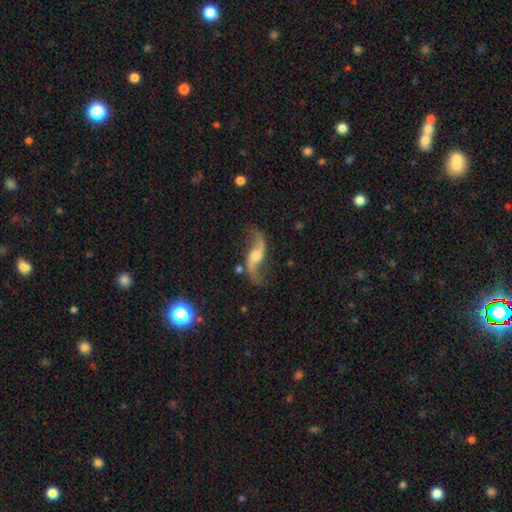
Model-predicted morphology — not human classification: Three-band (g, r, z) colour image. It shows a featured or disk galaxy (88%) with no bar (52%), 2 (94%) loose (90%) spiral arms (96%) and a moderate central bulge (54%). Merging: none (77%).